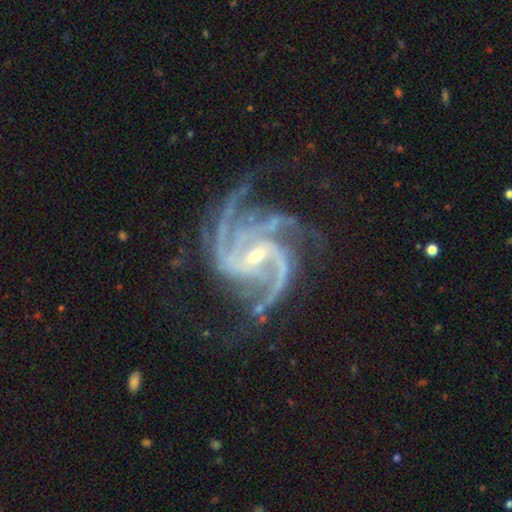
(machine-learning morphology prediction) smooth-or-featured: featured or disk: 93% | star or artifact: 5% | smooth: 2%
  disk-edge-on: no: 98% | yes: 2%
    bar: weak: 40% | strong: 31% | no: 29%
    has-spiral-arms: yes: 99% | no: 1%
      spiral-winding: medium: 53% | tight: 35% | loose: 12%
      spiral-arm-count: 3: 38% | 4: 26% | 2: 13% | can't tell: 8% | more than 4: 8% | 1: 7%
    bulge-size: small: 70% | moderate: 27% | none: 1% | large: 1% | dominant: 1%
  merging: none: 64% | minor disturbance: 19% | major disturbance: 15% | merger: 2%